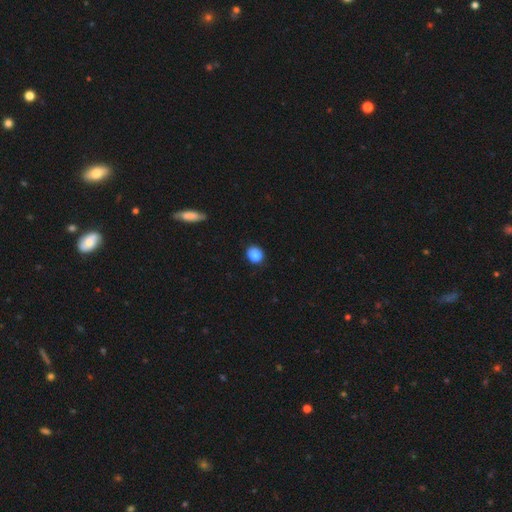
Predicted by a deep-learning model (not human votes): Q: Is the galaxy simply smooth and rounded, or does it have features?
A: smooth — 85%.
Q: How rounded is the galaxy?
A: round — 71%.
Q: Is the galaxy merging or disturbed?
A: none — 86%.